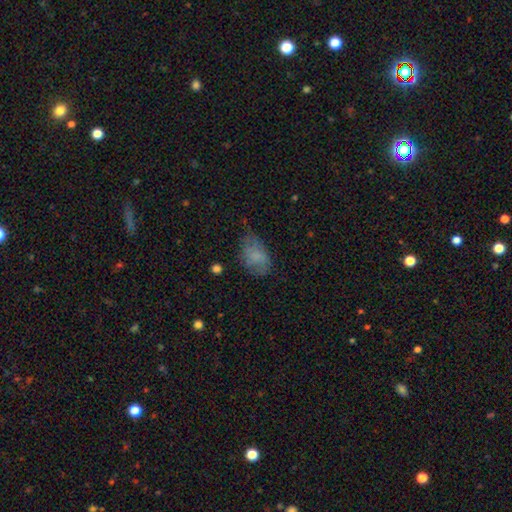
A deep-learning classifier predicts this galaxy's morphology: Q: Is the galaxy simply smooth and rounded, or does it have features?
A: smooth — 73%.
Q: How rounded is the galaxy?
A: in between — 88%.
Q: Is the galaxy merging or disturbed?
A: none — 49%.